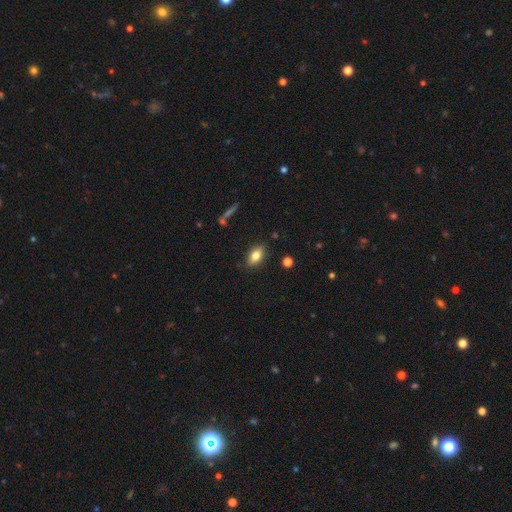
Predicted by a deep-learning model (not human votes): Smooth or featured?
  - smooth: 81% *
  - featured or disk: 11%
  - star or artifact: 8%
How rounded?
  - in between: 88% *
  - round: 8%
  - cigar-shaped: 5%
Merging?
  - none: 85% *
  - minor disturbance: 11%
  - major disturbance: 2%
  - merger: 2%